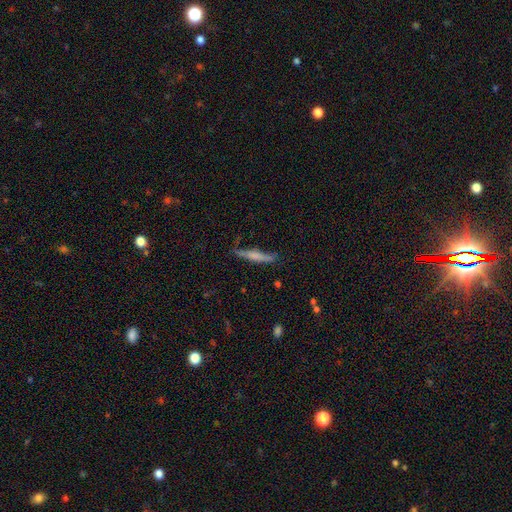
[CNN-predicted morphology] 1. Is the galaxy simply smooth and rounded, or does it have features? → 54% smooth, 38% featured or disk, 8% star or artifact.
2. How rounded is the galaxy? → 91% cigar-shaped, 7% in between, 2% round.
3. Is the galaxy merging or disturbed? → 66% none, 24% minor disturbance, 7% major disturbance, 3% merger.